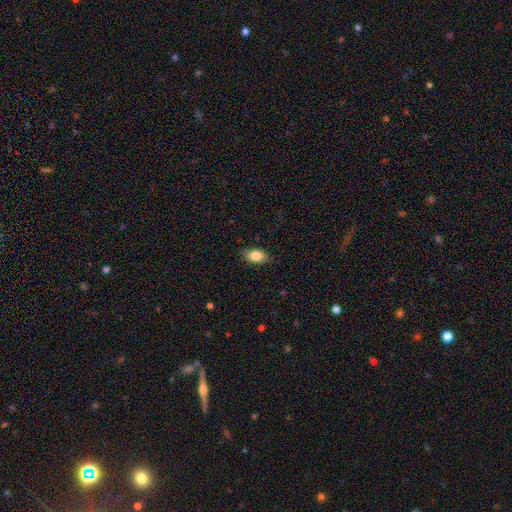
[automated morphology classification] Smooth or featured?
  - smooth: 85% *
  - featured or disk: 8%
  - star or artifact: 7%
How rounded?
  - in between: 90% *
  - round: 7%
  - cigar-shaped: 3%
Merging?
  - none: 83% *
  - minor disturbance: 13%
  - major disturbance: 3%
  - merger: 1%